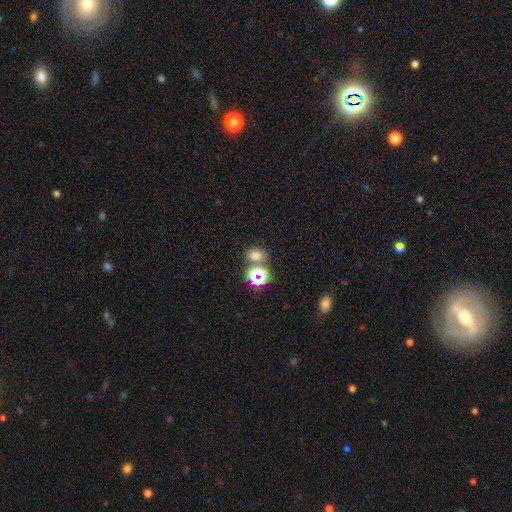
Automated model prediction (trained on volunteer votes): Smooth or featured? Predicted: smooth (p=0.69). How rounded? Predicted: in between (p=0.58). Merging? Predicted: none (p=0.66).